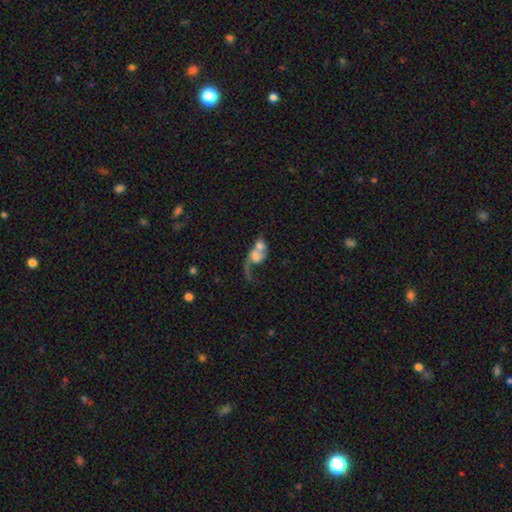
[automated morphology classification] Smooth or featured?
  - featured or disk: 50% *
  - smooth: 40%
  - star or artifact: 10%
Edge-on disk?
  - no: 95% *
  - yes: 5%
Merging?
  - merger: 66% *
  - major disturbance: 17%
  - none: 11%
  - minor disturbance: 6%